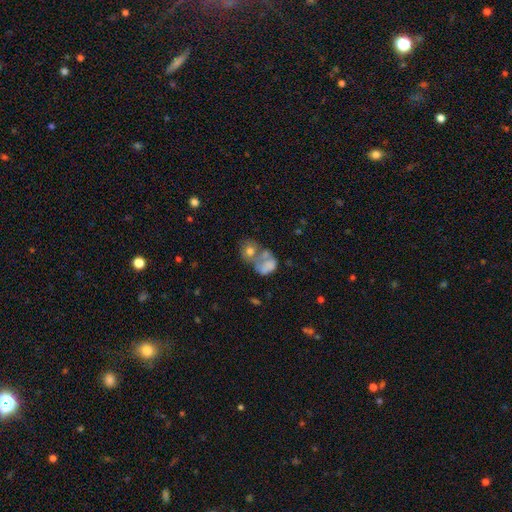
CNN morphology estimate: This is marginally a smooth galaxy (42%). Merging: possibly merger (50%).